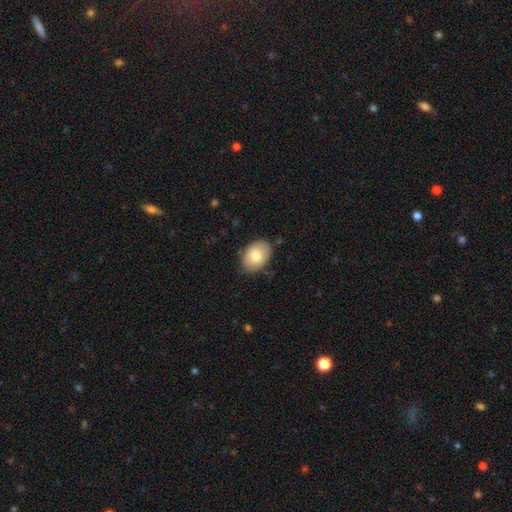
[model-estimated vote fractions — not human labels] Smooth or featured?
  - smooth: 77% *
  - featured or disk: 17%
  - star or artifact: 7%
How rounded?
  - in between: 83% *
  - round: 17%
  - cigar-shaped: 1%
Merging?
  - none: 83% *
  - minor disturbance: 13%
  - major disturbance: 2%
  - merger: 1%